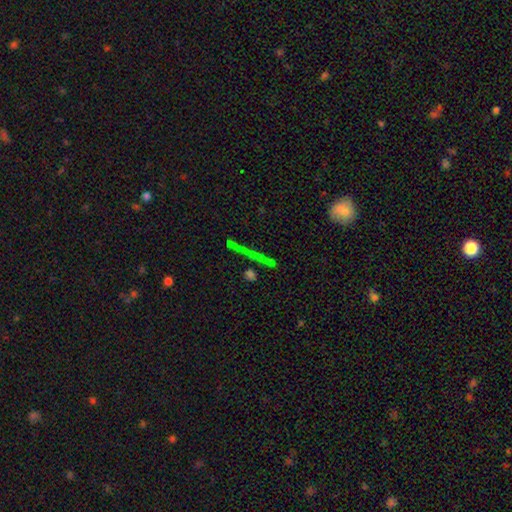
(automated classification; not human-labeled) This is marginally a featured or disk galaxy (41%). Merging: clearly none (85%).